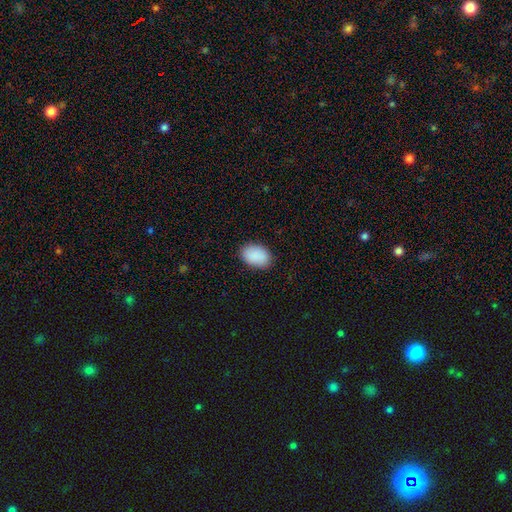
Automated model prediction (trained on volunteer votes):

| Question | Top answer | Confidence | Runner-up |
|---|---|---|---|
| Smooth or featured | smooth | 91% | star or artifact (6%) |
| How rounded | in between | 87% | round (12%) |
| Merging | none | 88% | minor disturbance (9%) |